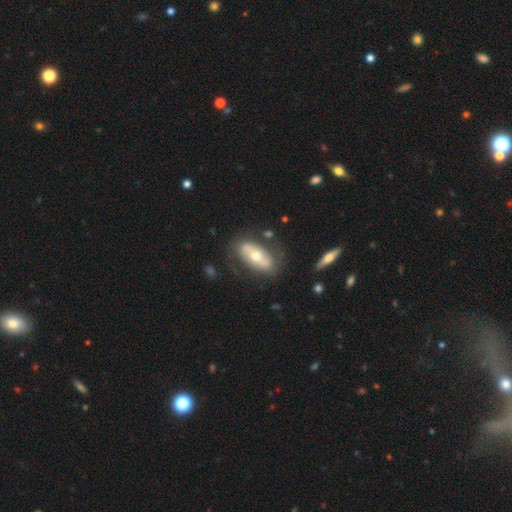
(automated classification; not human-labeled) Smooth or featured? Predicted: featured or disk (p=0.52). Edge-on disk? Predicted: no (p=0.83). Merging? Predicted: none (p=0.71).